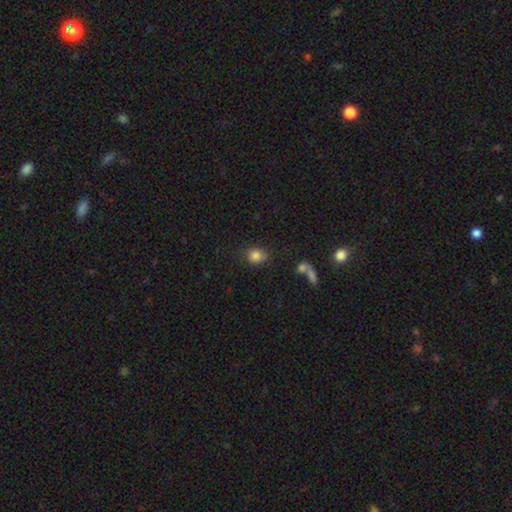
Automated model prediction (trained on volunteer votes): smooth-or-featured: smooth: 82% | star or artifact: 11% | featured or disk: 7%
  how-rounded: round: 60% | in between: 39% | cigar-shaped: 1%
  merging: none: 74% | minor disturbance: 16% | major disturbance: 5% | merger: 5%